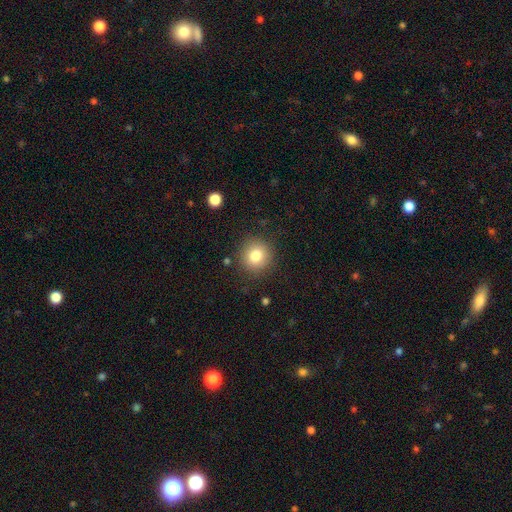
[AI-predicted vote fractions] smooth_or_featured: smooth (p=0.81) [alt: star or artifact p=0.11]
how_rounded: round (p=0.90) [alt: in between p=0.09]
merging: none (p=0.87) [alt: minor disturbance p=0.08]